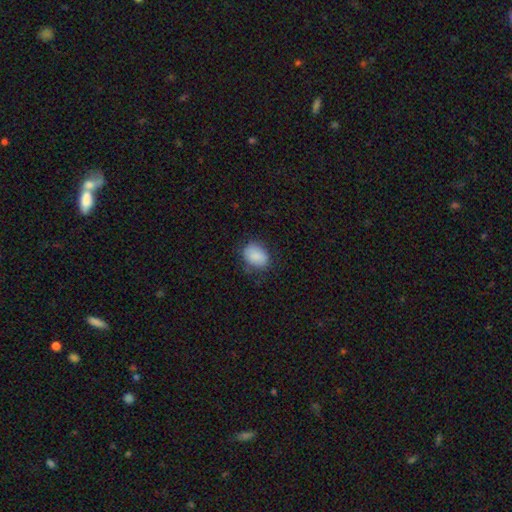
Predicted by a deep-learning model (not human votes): Smooth or featured?
  - smooth: 86% *
  - star or artifact: 7%
  - featured or disk: 7%
How rounded?
  - in between: 70% *
  - round: 29%
  - cigar-shaped: 1%
Merging?
  - none: 74% *
  - minor disturbance: 20%
  - major disturbance: 5%
  - merger: 1%